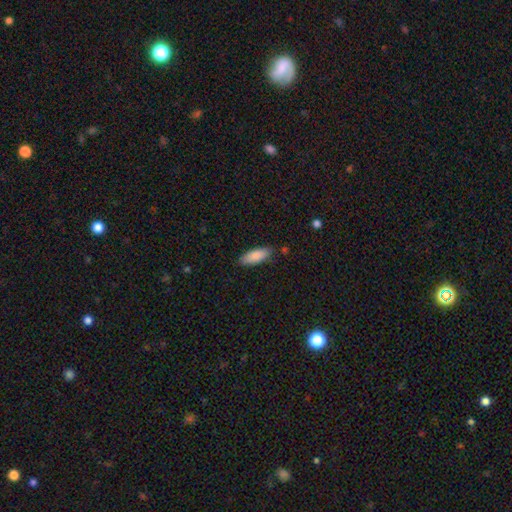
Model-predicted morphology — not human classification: This is clearly a smooth galaxy (87%). How rounded: likely in between (73%). Merging: clearly none (82%).